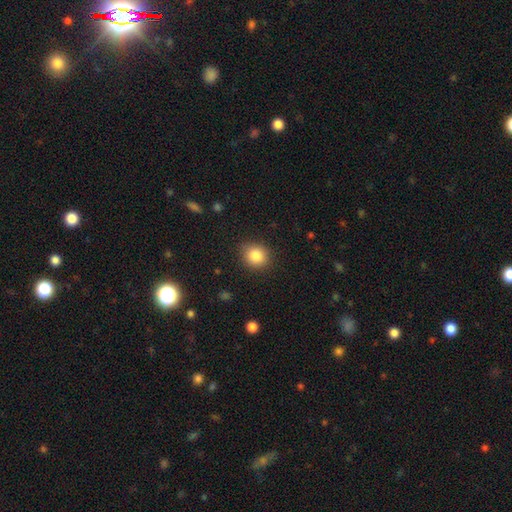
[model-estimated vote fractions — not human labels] This appears to be a smooth galaxy with no disk features (85%) that is round (79%). Merging: none (86%).